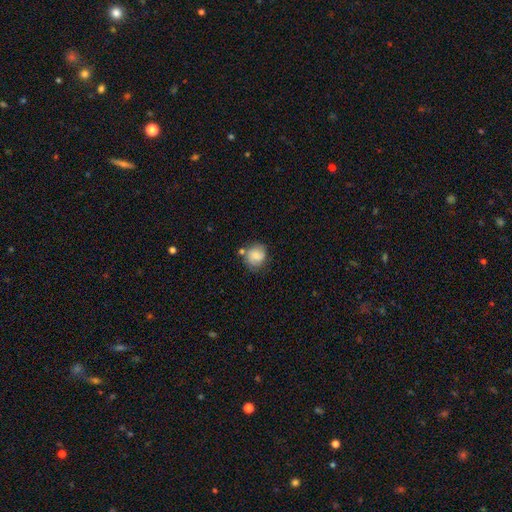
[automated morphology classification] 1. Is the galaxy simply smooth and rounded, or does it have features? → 78% smooth, 14% featured or disk, 8% star or artifact.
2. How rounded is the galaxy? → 76% round, 23% in between, 1% cigar-shaped.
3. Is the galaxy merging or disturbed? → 62% none, 21% minor disturbance, 11% merger, 6% major disturbance.